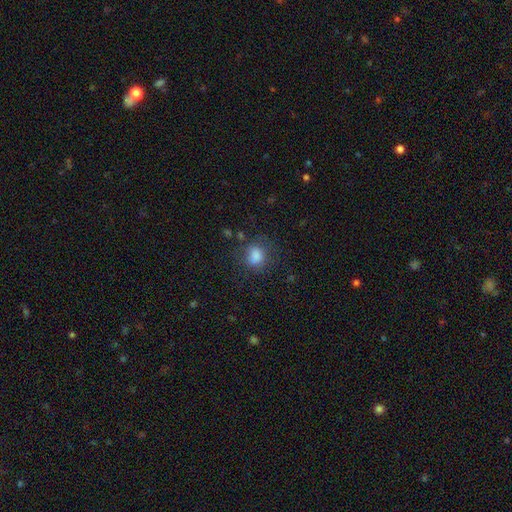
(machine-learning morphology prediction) Overall: smooth (82%). How rounded: round (59%; in between 40%). Merging: none (71%).